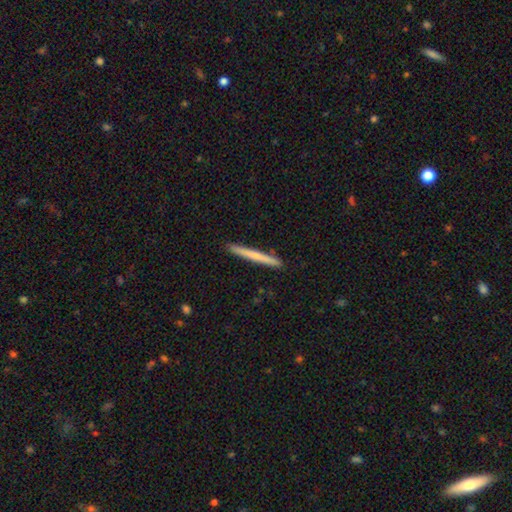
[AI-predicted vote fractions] Smooth or featured: smooth — 61% (featured or disk — 33%)
How rounded: cigar-shaped — 97% (in between — 2%)
Merging: none — 92% (minor disturbance — 6%)